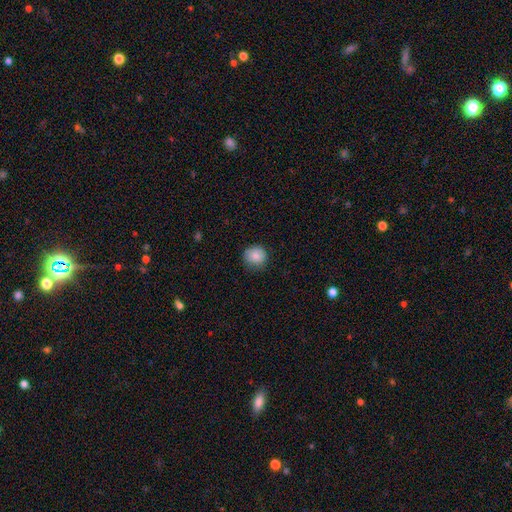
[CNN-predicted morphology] This appears to be a smooth galaxy with no disk features (85%) that is round (91%). Merging: none (81%).